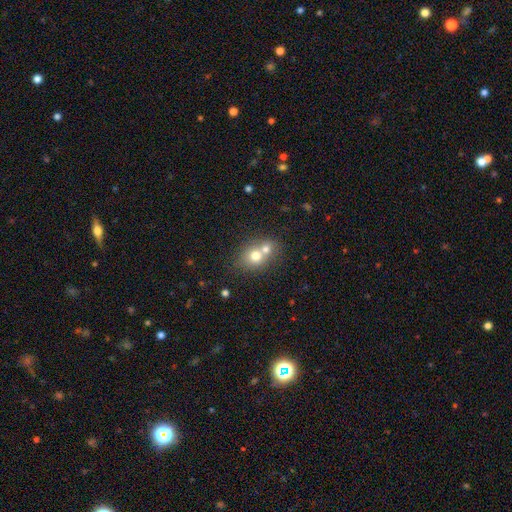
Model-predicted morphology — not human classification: type=smooth (69%); roundness=round (61%); merging=merger (61%).